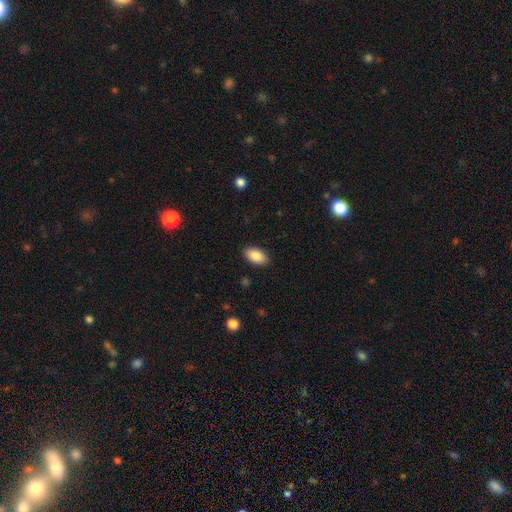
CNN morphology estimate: Smooth or featured? smooth (87%)
How rounded? in between (93%)
Merging? none (88%)